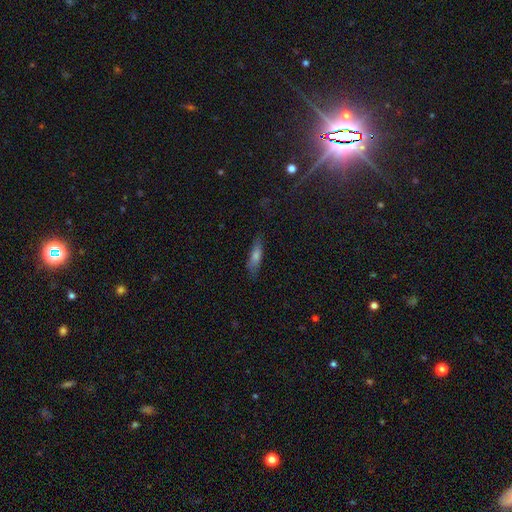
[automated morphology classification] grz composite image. It shows a smooth galaxy with no disk features (54%) that is cigar-shaped (75%). Merging: none (83%).